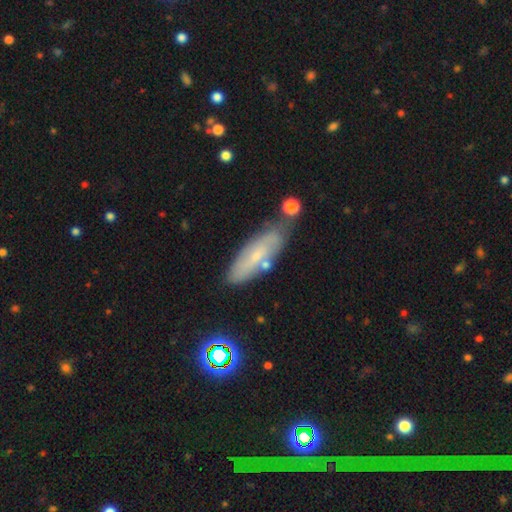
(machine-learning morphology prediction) Q: Smooth or featured?
A: smooth (46%); runner-up: featured or disk (45%)
Q: Merging?
A: none (72%); runner-up: minor disturbance (17%)